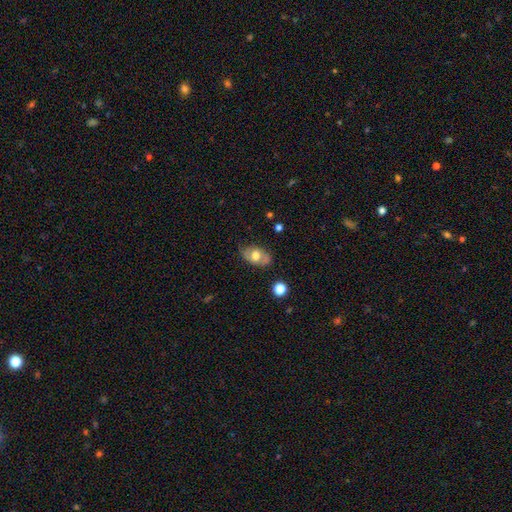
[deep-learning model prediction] This is possibly a smooth galaxy (53%). How rounded: clearly in between (85%). Merging: likely none (71%).